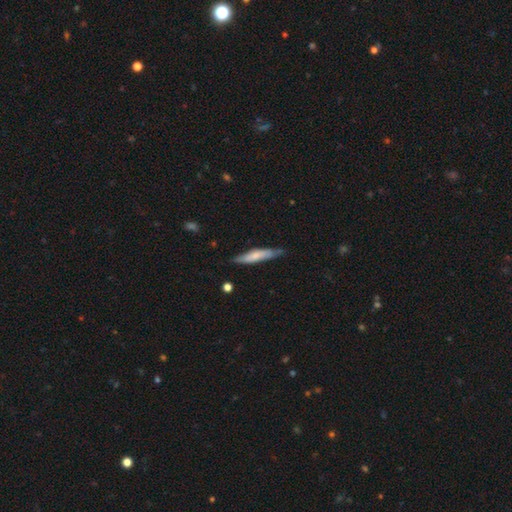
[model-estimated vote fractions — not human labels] smooth_or_featured: smooth (p=0.64) [alt: featured or disk p=0.30]
how_rounded: cigar-shaped (p=0.85) [alt: in between p=0.13]
merging: none (p=0.75) [alt: minor disturbance p=0.20]